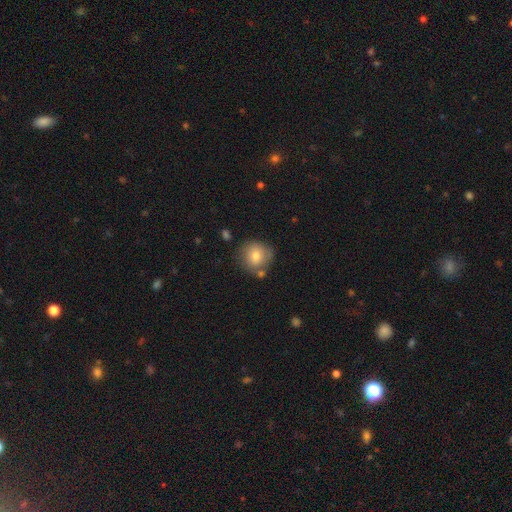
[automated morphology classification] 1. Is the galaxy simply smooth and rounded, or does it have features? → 75% smooth, 16% featured or disk, 9% star or artifact.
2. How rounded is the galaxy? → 88% round, 11% in between, 1% cigar-shaped.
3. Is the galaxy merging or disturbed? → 68% none, 17% minor disturbance, 10% merger, 5% major disturbance.